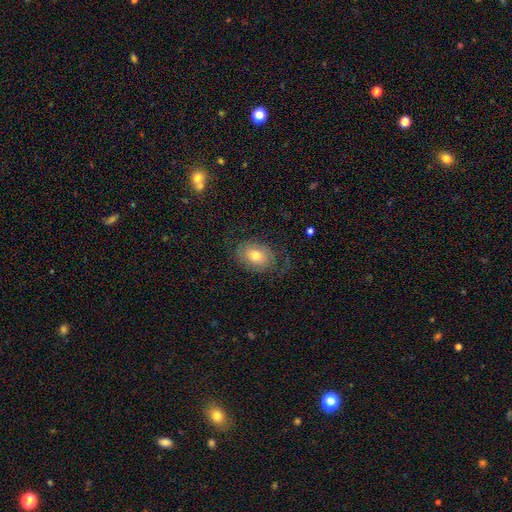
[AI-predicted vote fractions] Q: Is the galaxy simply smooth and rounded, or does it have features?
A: smooth — 50%.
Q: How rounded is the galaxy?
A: in between — 70%.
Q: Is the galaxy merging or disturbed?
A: none — 66%.